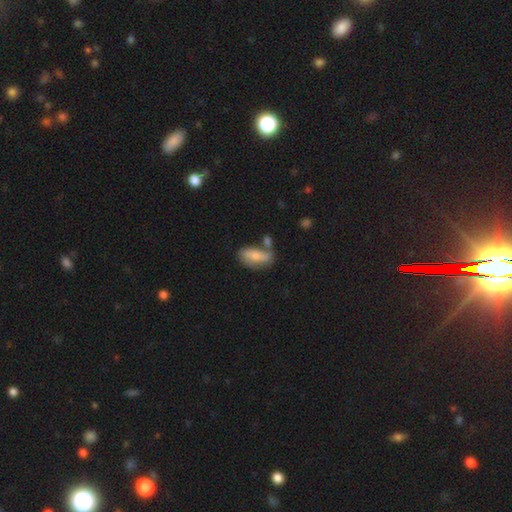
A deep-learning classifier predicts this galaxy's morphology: smooth-or-featured: smooth: 66% | featured or disk: 27% | star or artifact: 7%
  how-rounded: in between: 84% | cigar-shaped: 12% | round: 4%
  merging: none: 47% | merger: 24% | minor disturbance: 21% | major disturbance: 8%